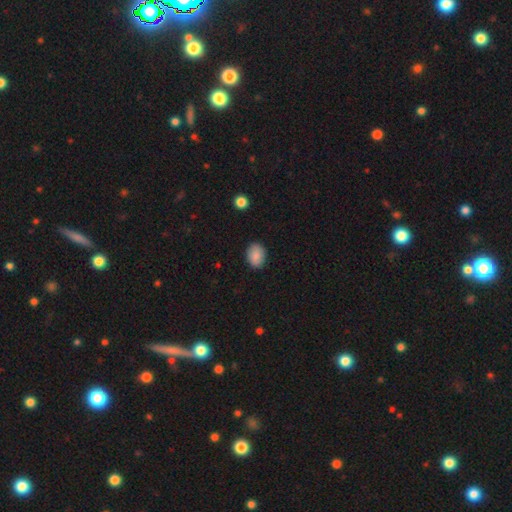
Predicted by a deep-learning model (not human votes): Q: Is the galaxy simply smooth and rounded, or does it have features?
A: smooth — 87%.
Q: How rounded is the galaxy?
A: in between — 72%.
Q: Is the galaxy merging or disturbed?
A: none — 87%.